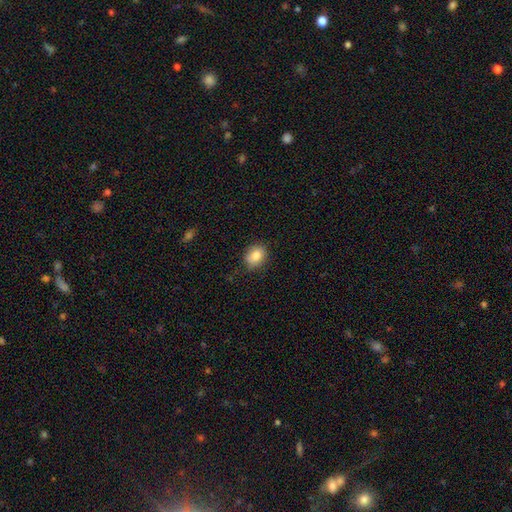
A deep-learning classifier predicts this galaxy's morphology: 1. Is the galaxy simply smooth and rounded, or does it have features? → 84% smooth, 9% star or artifact, 8% featured or disk.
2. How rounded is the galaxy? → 51% round, 48% in between, 1% cigar-shaped.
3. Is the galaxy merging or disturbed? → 82% none, 14% minor disturbance, 3% major disturbance, 1% merger.